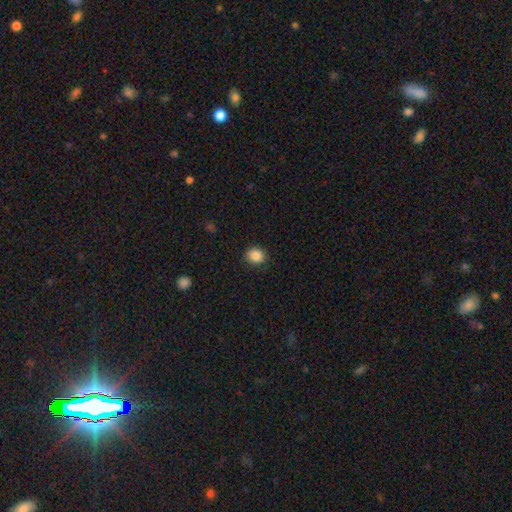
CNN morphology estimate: Smooth or featured?
  - smooth: 87% *
  - star or artifact: 9%
  - featured or disk: 3%
How rounded?
  - round: 75% *
  - in between: 24%
  - cigar-shaped: 1%
Merging?
  - none: 87% *
  - minor disturbance: 9%
  - major disturbance: 2%
  - merger: 1%